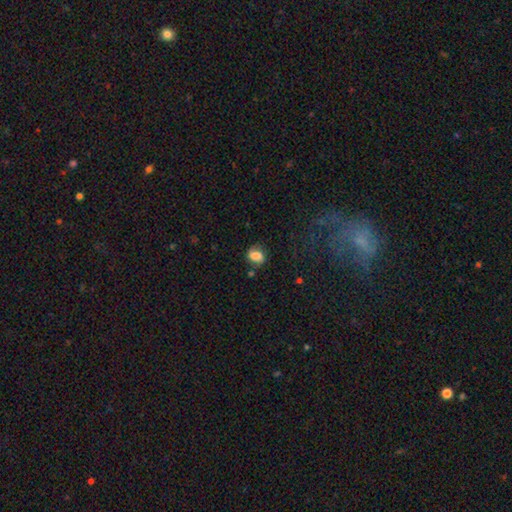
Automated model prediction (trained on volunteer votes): smooth_or_featured: smooth (p=0.73) [alt: featured or disk p=0.17]
how_rounded: in between (p=0.64) [alt: round p=0.34]
merging: none (p=0.63) [alt: minor disturbance p=0.24]